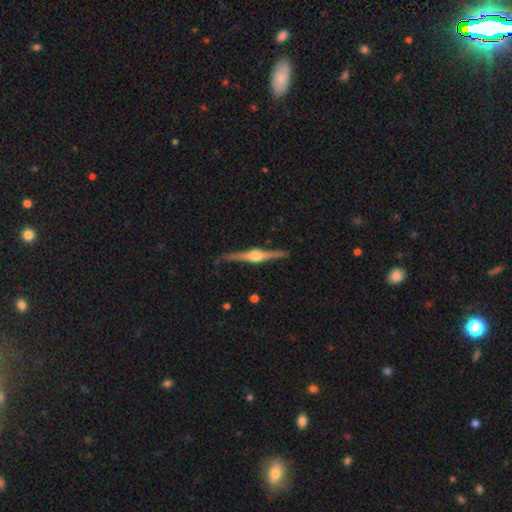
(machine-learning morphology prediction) Smooth or featured: featured or disk — 87% (smooth — 8%)
Edge-on disk: yes — 98% (no — 2%)
Edge-on bulge: rounded — 94% (boxy — 4%)
Merging: none — 89% (minor disturbance — 8%)